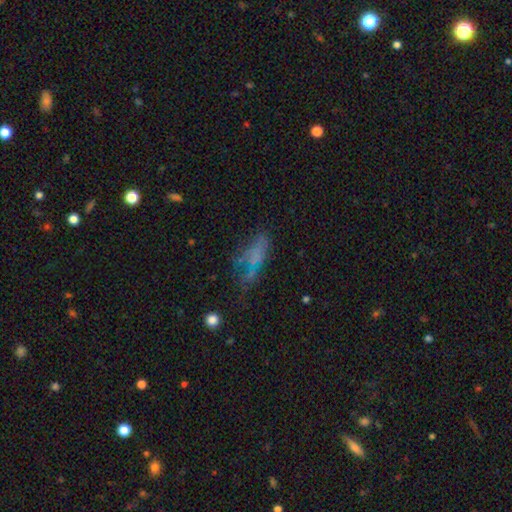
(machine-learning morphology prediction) smooth_or_featured: smooth (p=0.49) [alt: featured or disk p=0.33]
merging: none (p=0.40) [alt: major disturbance p=0.26]